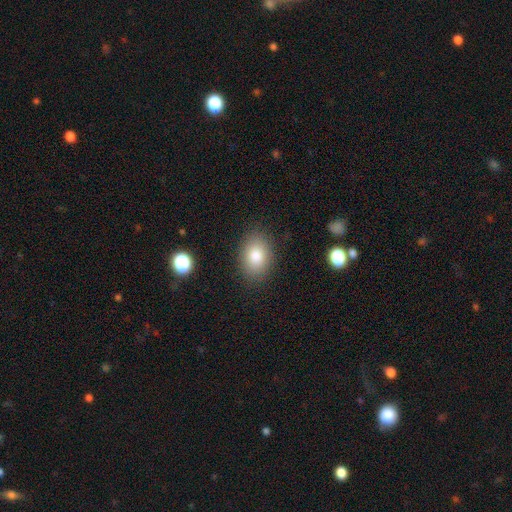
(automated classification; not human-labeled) Overall: smooth (82%). How rounded: in between (78%). Merging: none (85%).